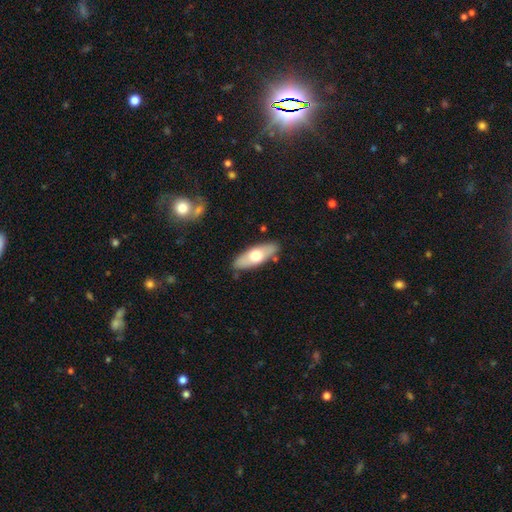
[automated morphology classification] smooth-or-featured: smooth: 58% | featured or disk: 37% | star or artifact: 5%
  how-rounded: in between: 68% | cigar-shaped: 30% | round: 2%
  merging: none: 85% | minor disturbance: 11% | merger: 2% | major disturbance: 2%